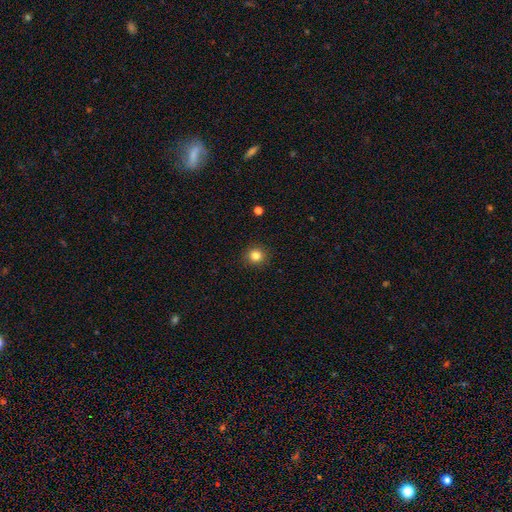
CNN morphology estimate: Smooth or featured? Predicted: smooth (p=0.83). How rounded? Predicted: round (p=0.92). Merging? Predicted: none (p=0.91).